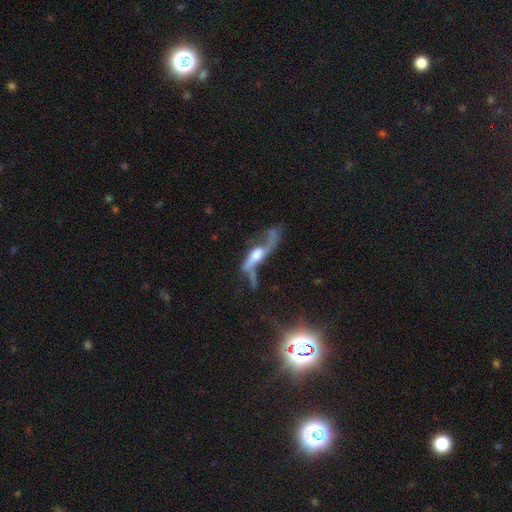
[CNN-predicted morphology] Smooth or featured: featured or disk — 70% (smooth — 21%)
Edge-on disk: no — 61% (yes — 39%)
Merging: major disturbance — 40% (none — 25%)